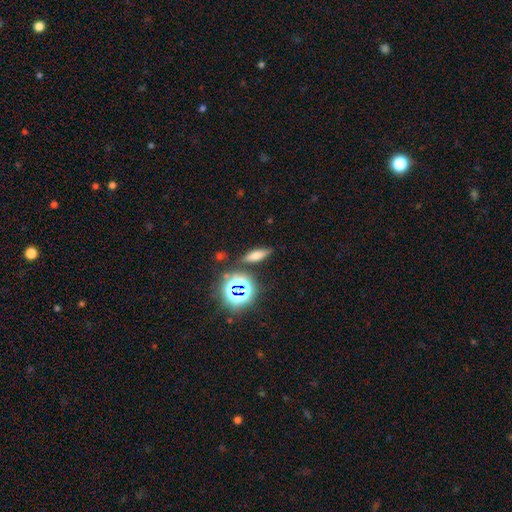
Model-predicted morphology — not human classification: Smooth or featured? Predicted: smooth (p=0.60). How rounded? Predicted: cigar-shaped (p=0.48). Merging? Predicted: none (p=0.81).